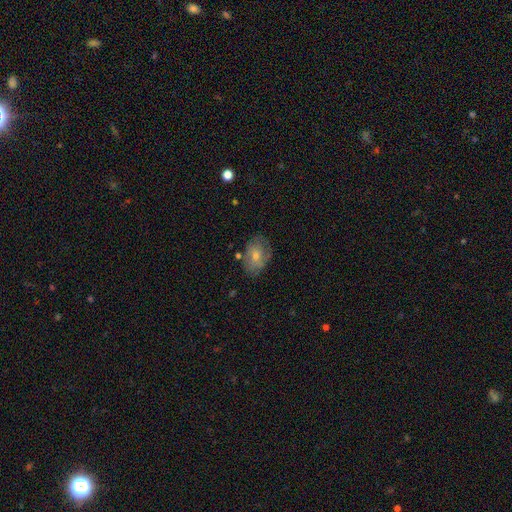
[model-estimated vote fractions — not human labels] The model was most divided on "smooth or featured": smooth: 45%, featured or disk: 43%, star or artifact: 12%. More confident: merging — none (71%).